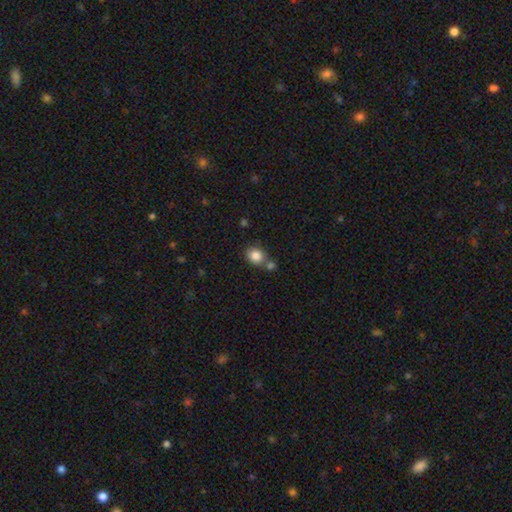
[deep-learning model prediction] A smooth galaxy with no disk features (85%) that is round (70%). Merging: none (63%).